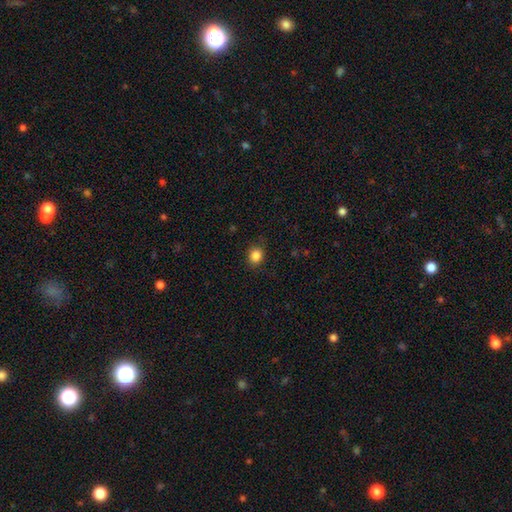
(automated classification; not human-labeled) smooth-or-featured: smooth: 85% | star or artifact: 11% | featured or disk: 4%
  how-rounded: round: 68% | in between: 31% | cigar-shaped: 1%
  merging: none: 85% | minor disturbance: 11% | major disturbance: 3% | merger: 1%